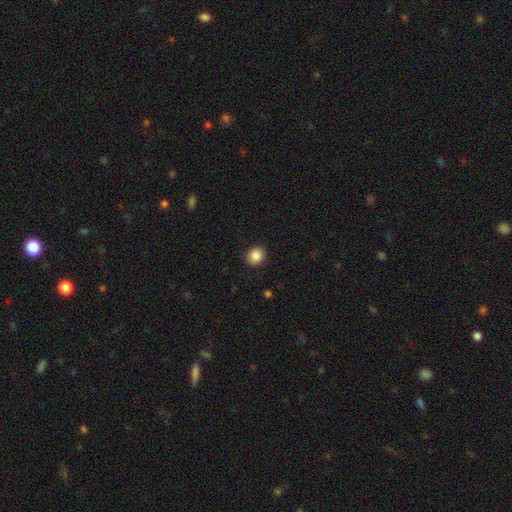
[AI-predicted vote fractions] Overall: smooth (87%). How rounded: round (78%). Merging: none (91%).